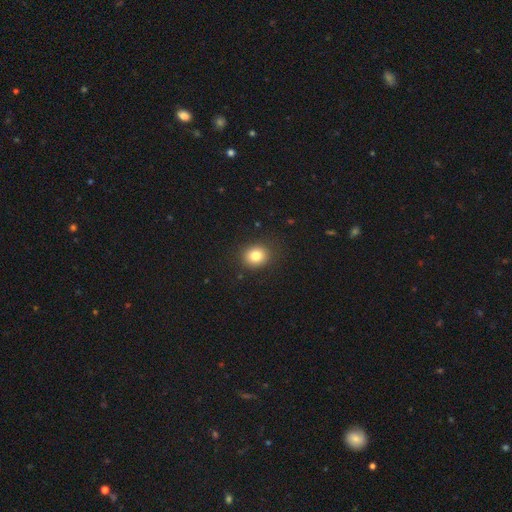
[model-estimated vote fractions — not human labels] Q: Smooth or featured?
A: smooth (81%); runner-up: star or artifact (11%)
Q: How rounded?
A: round (73%); runner-up: in between (26%)
Q: Merging?
A: none (88%); runner-up: minor disturbance (9%)